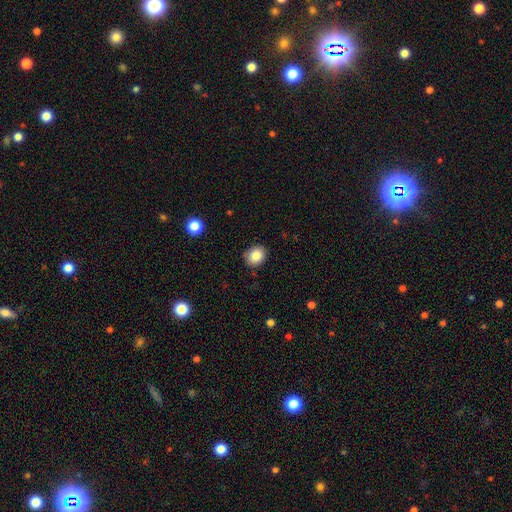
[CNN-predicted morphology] Smooth or featured: smooth — 84% (star or artifact — 9%)
How rounded: round — 66% (in between — 33%)
Merging: none — 86% (minor disturbance — 10%)